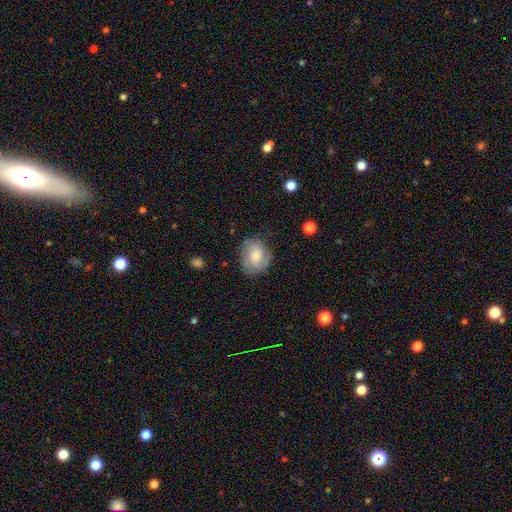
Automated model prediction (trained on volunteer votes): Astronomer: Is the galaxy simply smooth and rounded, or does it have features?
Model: smooth — 51% (runner-up: featured or disk, 40%).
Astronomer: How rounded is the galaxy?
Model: round — 64%.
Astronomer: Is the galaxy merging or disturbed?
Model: none — 68%.